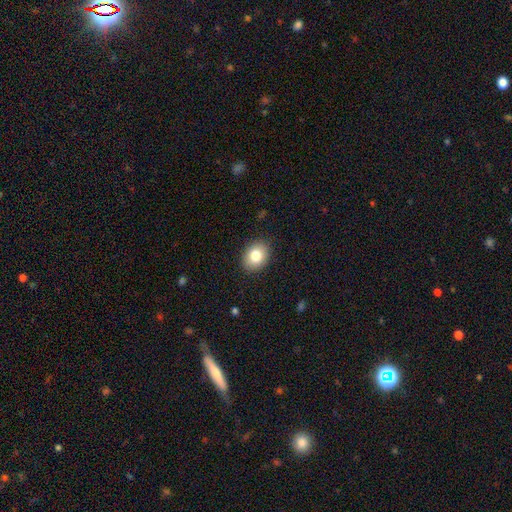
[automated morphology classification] This is clearly a smooth galaxy (81%). How rounded: possibly in between (60%). Merging: clearly none (89%).